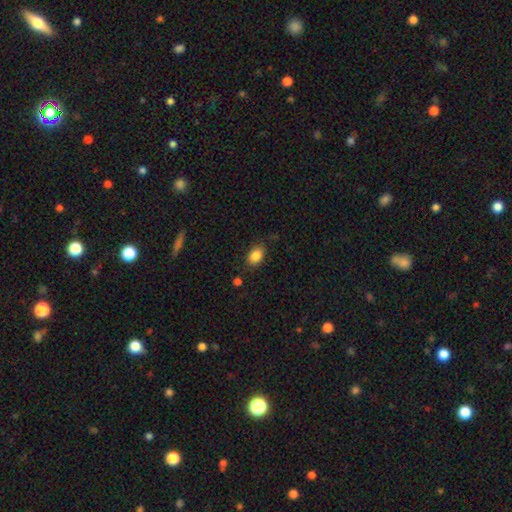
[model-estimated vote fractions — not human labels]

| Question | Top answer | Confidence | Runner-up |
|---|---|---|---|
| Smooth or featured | smooth | 85% | star or artifact (9%) |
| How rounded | in between | 77% | round (22%) |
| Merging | none | 78% | minor disturbance (16%) |